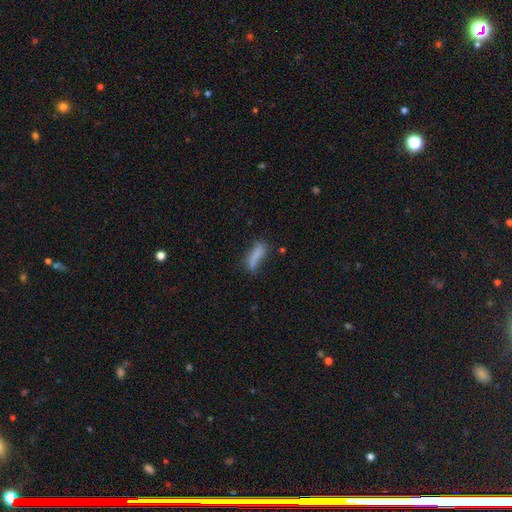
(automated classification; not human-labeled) Smooth or featured: smooth — 76% (featured or disk — 15%)
How rounded: cigar-shaped — 63% (in between — 34%)
Merging: none — 56% (minor disturbance — 26%)